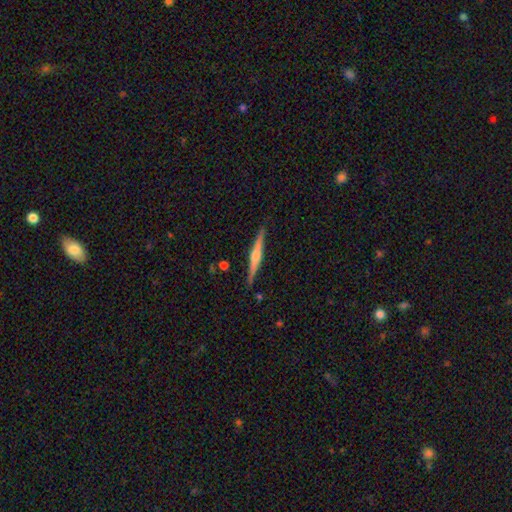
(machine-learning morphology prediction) Smooth or featured? Predicted: featured or disk (p=0.72). Edge-on disk? Predicted: yes (p=0.98). Edge-on bulge? Predicted: rounded (p=0.81). Merging? Predicted: none (p=0.89).